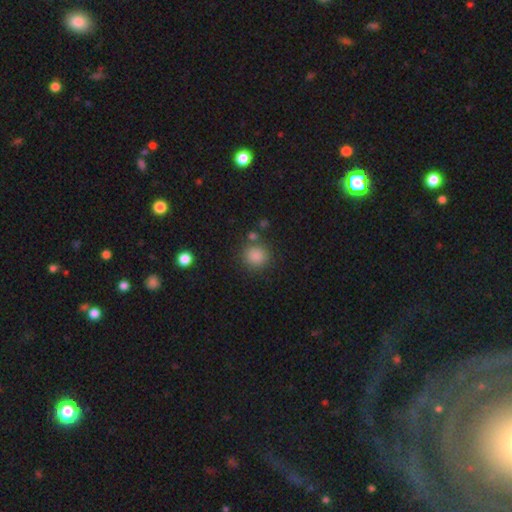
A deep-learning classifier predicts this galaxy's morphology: Smooth or featured? Predicted: smooth (p=0.86). How rounded? Predicted: round (p=0.91). Merging? Predicted: none (p=0.80).